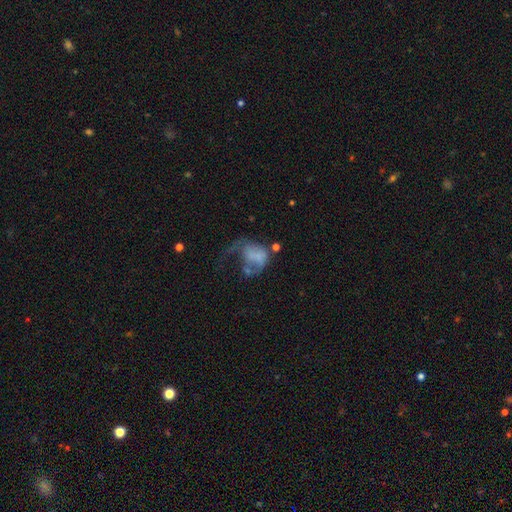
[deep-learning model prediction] Smooth or featured? smooth (50%)
Merging? major disturbance (58%)